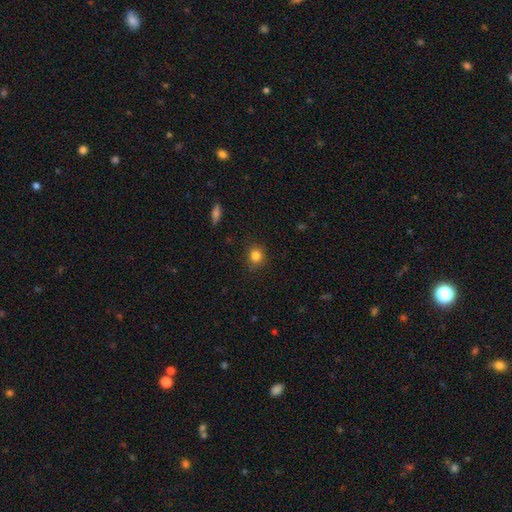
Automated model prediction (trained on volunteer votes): smooth-or-featured: smooth: 84% | star or artifact: 11% | featured or disk: 5%
  how-rounded: round: 84% | in between: 15% | cigar-shaped: 1%
  merging: none: 84% | minor disturbance: 11% | major disturbance: 3% | merger: 1%